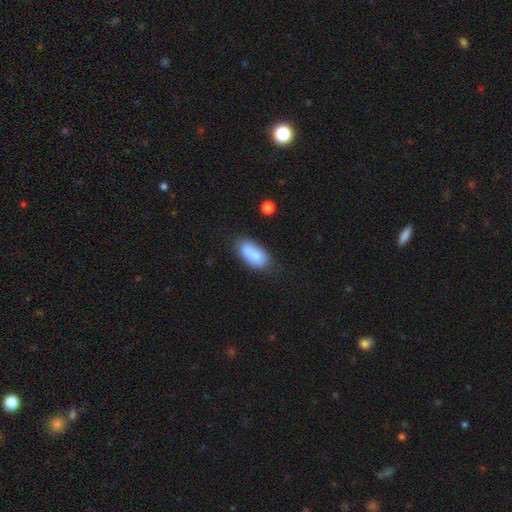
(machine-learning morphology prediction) Overall: smooth (70%). How rounded: in between (89%). Merging: none (44%; merger 31%).